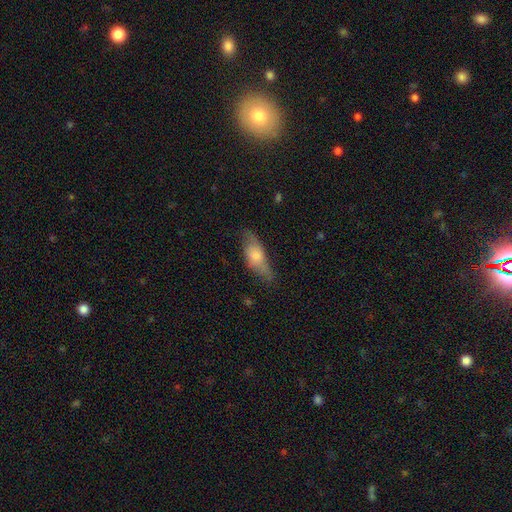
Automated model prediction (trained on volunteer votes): Smooth or featured? Predicted: smooth (p=0.61). How rounded? Predicted: in between (p=0.65). Merging? Predicted: none (p=0.63).